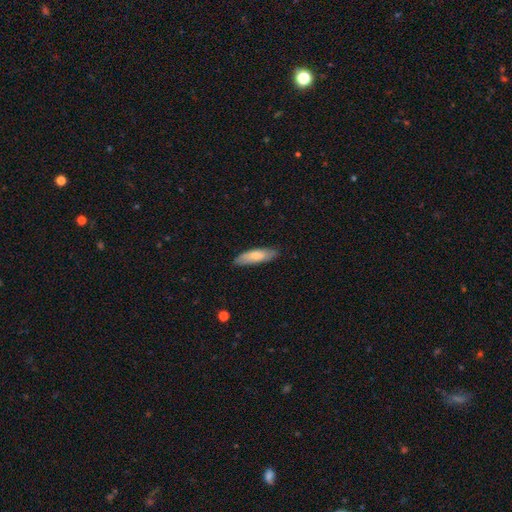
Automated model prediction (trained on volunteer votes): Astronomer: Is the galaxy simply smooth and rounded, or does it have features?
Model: smooth — 74%.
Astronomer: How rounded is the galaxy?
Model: cigar-shaped — 52% (runner-up: in between, 46%).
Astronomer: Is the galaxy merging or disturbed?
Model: none — 85%.